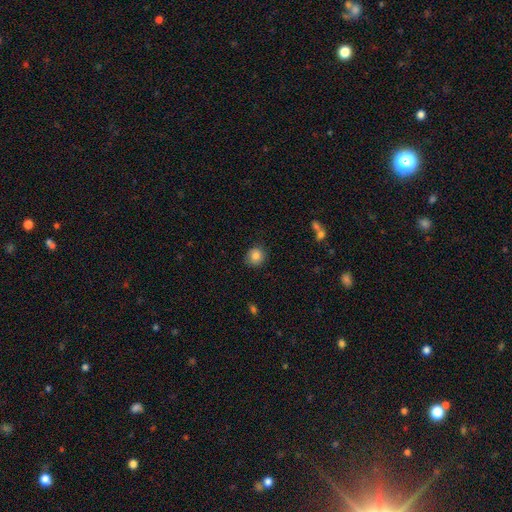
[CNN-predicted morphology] type=smooth (83%); roundness=round (88%); merging=none (87%).